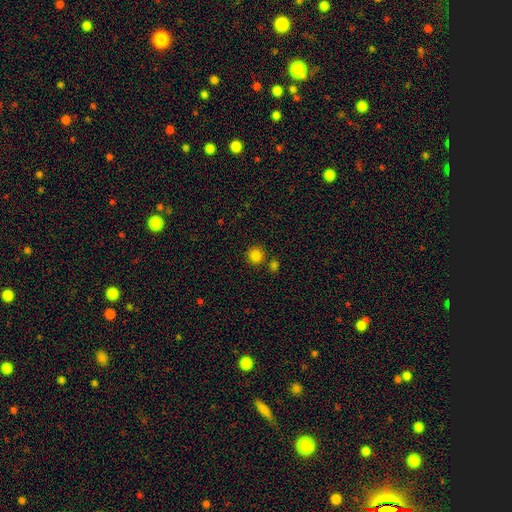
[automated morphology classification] The model was most divided on "merging": none: 81%, merger: 10%, minor disturbance: 7%, major disturbance: 2%. More confident: how rounded — round (92%); smooth or featured — smooth (84%).